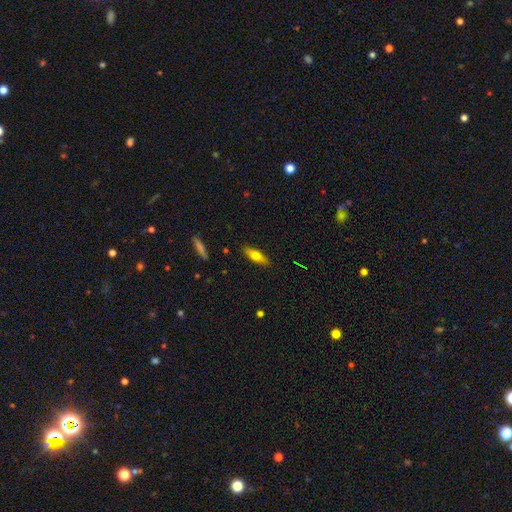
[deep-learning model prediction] Smooth or featured?
  - smooth: 63% *
  - featured or disk: 30%
  - star or artifact: 7%
How rounded?
  - cigar-shaped: 54% *
  - in between: 44%
  - round: 3%
Merging?
  - none: 88% *
  - minor disturbance: 9%
  - major disturbance: 2%
  - merger: 1%